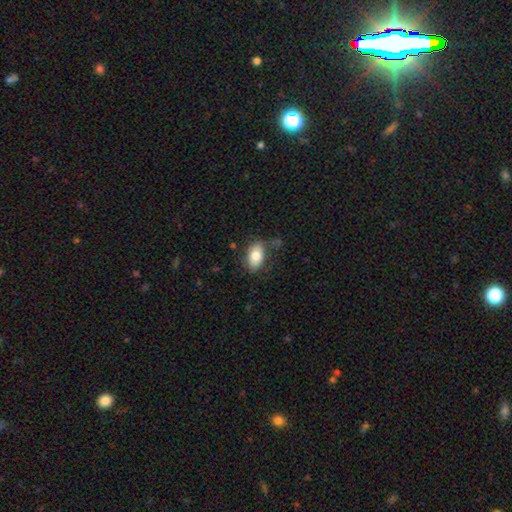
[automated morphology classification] Smooth or featured?
  - smooth: 76% *
  - featured or disk: 17%
  - star or artifact: 7%
How rounded?
  - in between: 90% *
  - round: 8%
  - cigar-shaped: 2%
Merging?
  - none: 62% *
  - minor disturbance: 24%
  - major disturbance: 9%
  - merger: 4%